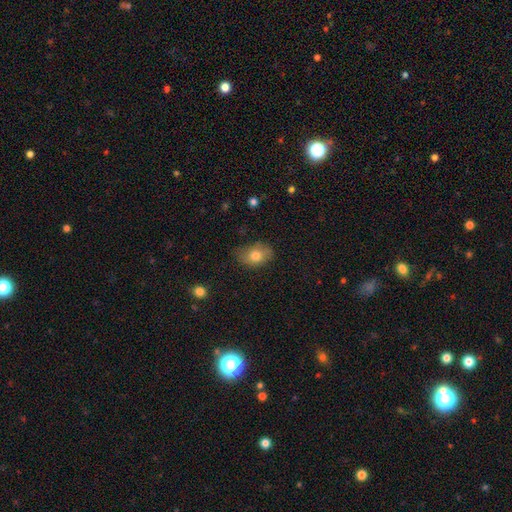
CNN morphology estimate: Smooth or featured?
  - smooth: 77% *
  - featured or disk: 14%
  - star or artifact: 9%
How rounded?
  - in between: 80% *
  - round: 18%
  - cigar-shaped: 1%
Merging?
  - none: 67% *
  - minor disturbance: 26%
  - major disturbance: 6%
  - merger: 1%